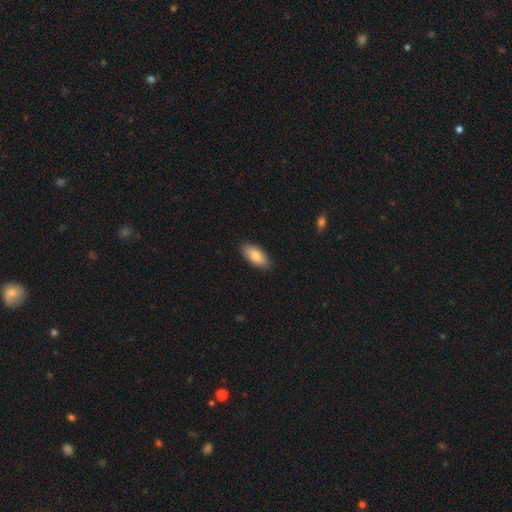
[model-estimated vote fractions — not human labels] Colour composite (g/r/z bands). It shows a smooth galaxy with no disk features (80%) that is in between round and cigar-shaped (91%). Merging: none (88%).